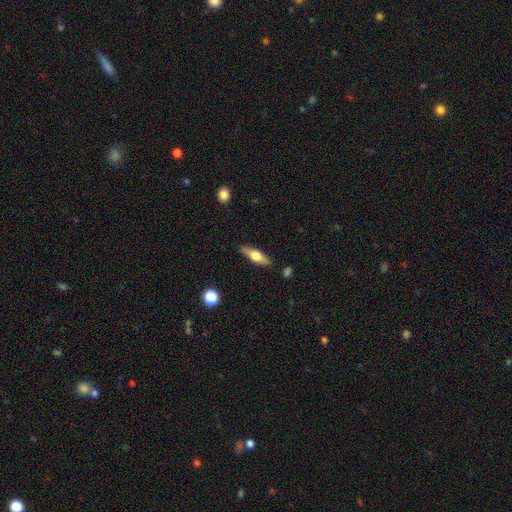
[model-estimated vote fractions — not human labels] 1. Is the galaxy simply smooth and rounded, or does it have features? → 55% smooth, 39% featured or disk, 6% star or artifact.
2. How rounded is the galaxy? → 50% in between, 47% cigar-shaped, 3% round.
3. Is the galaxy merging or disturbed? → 86% none, 10% minor disturbance, 2% major disturbance, 1% merger.